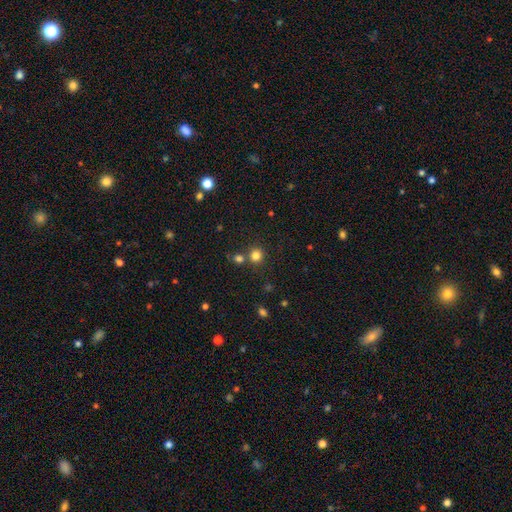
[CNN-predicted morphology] A smooth galaxy with no disk features (80%) that is round (91%).

Vote fractions:
- Smooth or featured? smooth: 80% / star or artifact: 15% / featured or disk: 5%
- How rounded? round: 91% / in between: 8% / cigar-shaped: 1%
- Merging? none: 73% / merger: 17% / minor disturbance: 7% / major disturbance: 3%